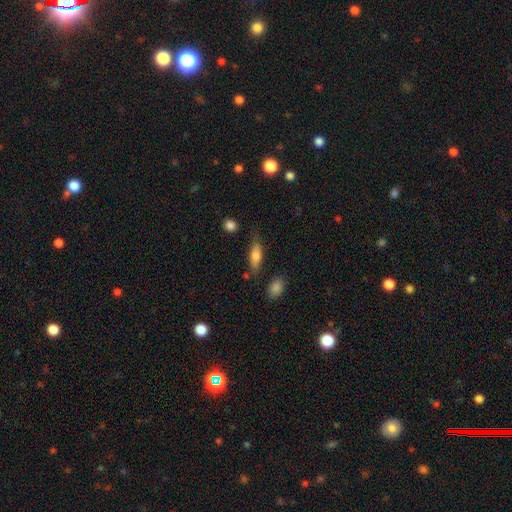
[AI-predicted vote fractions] Overall: smooth (72%). How rounded: in between (63%; cigar-shaped 34%). Merging: none (69%).